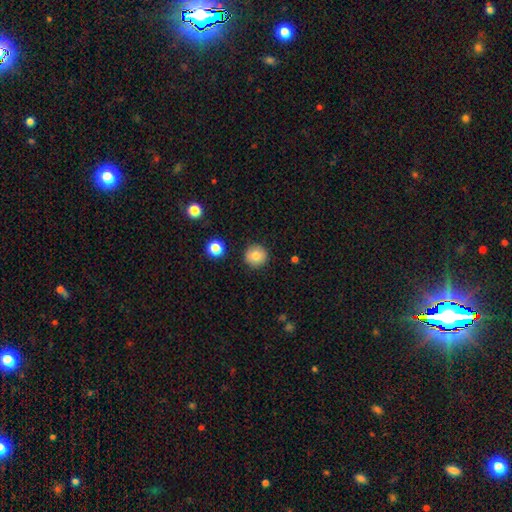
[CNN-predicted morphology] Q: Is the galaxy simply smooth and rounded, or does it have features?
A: smooth — 82%.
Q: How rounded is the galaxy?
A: round — 95%.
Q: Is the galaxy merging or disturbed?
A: none — 91%.